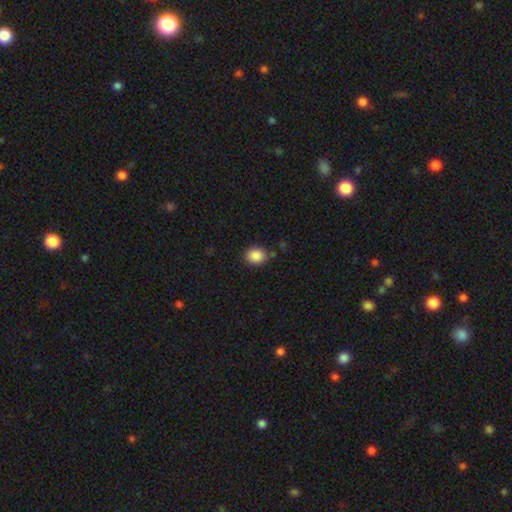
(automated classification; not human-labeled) Smooth or featured? smooth (87%)
How rounded? round (62%)
Merging? none (82%)